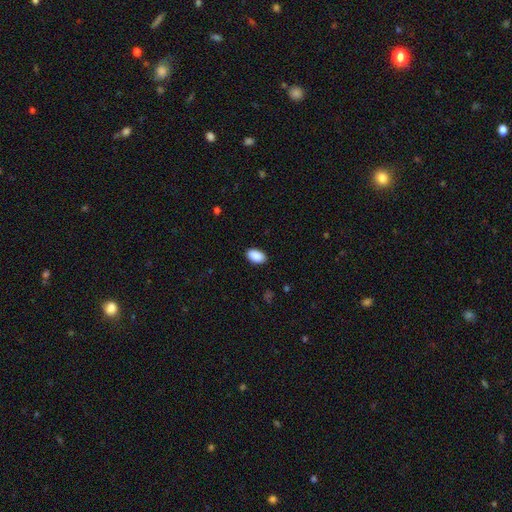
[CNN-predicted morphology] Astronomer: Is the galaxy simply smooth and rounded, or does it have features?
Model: smooth — 91%.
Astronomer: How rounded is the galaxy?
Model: in between — 94%.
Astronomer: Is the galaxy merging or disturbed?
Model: none — 89%.